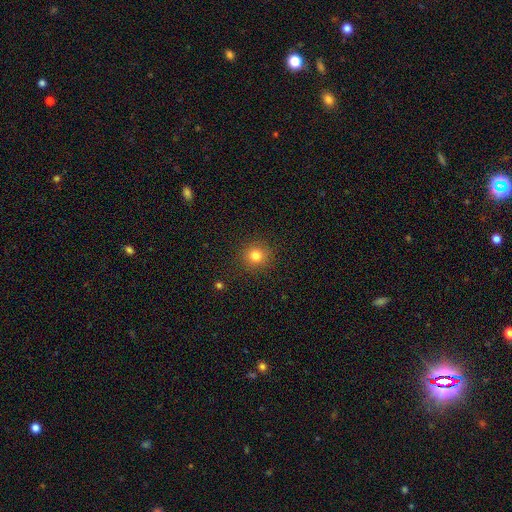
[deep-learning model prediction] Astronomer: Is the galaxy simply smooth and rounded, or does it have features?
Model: smooth — 80%.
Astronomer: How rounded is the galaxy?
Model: round — 91%.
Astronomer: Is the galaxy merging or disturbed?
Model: none — 90%.